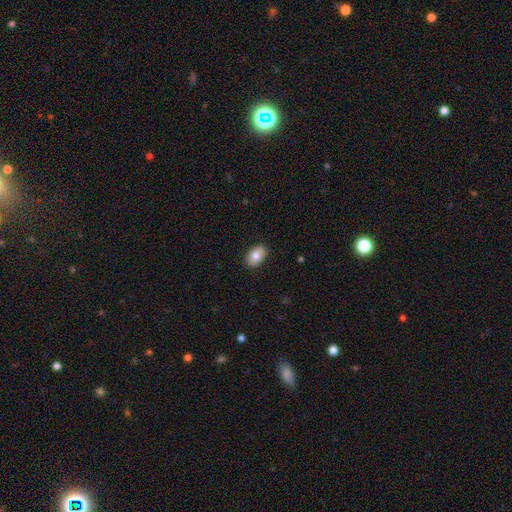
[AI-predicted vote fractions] Overall: smooth (81%). How rounded: in between (90%). Merging: none (87%).